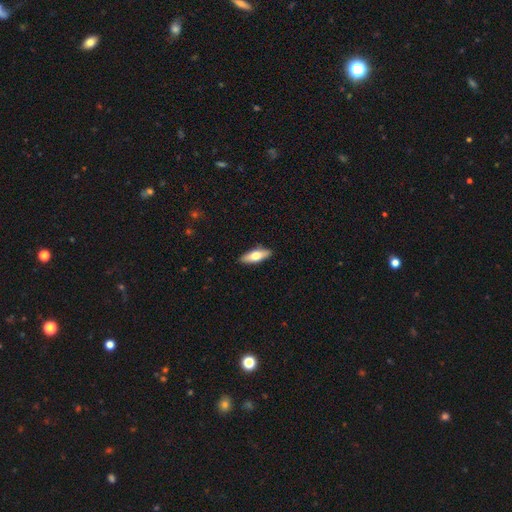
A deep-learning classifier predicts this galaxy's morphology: Smooth or featured: smooth — 65% (featured or disk — 30%)
How rounded: in between — 56% (cigar-shaped — 42%)
Merging: none — 89% (minor disturbance — 8%)